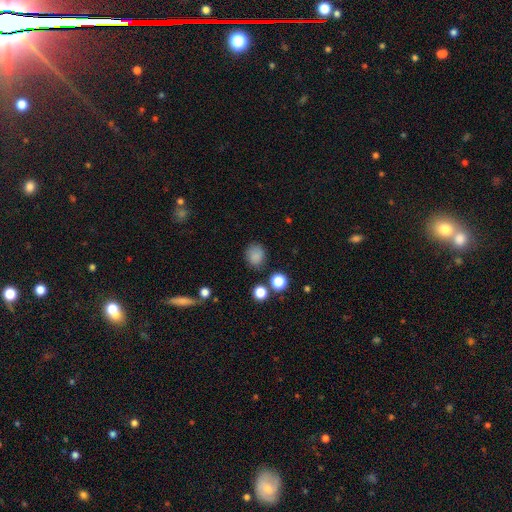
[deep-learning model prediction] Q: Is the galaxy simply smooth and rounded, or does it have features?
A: smooth — 82%.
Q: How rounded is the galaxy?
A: round — 74%.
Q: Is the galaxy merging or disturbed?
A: none — 80%.